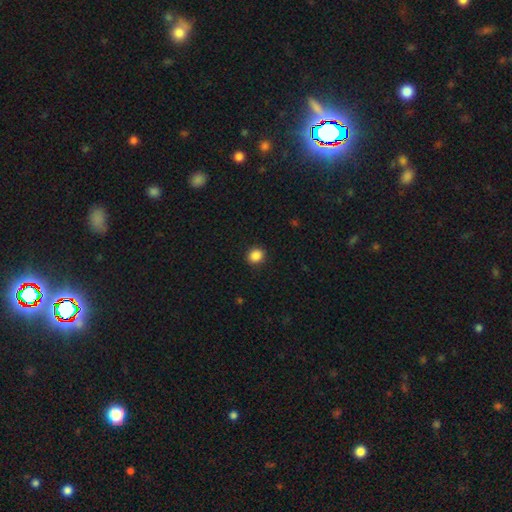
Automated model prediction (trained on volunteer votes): Q: Smooth or featured?
A: smooth (88%); runner-up: star or artifact (10%)
Q: How rounded?
A: round (72%); runner-up: in between (27%)
Q: Merging?
A: none (91%); runner-up: minor disturbance (6%)